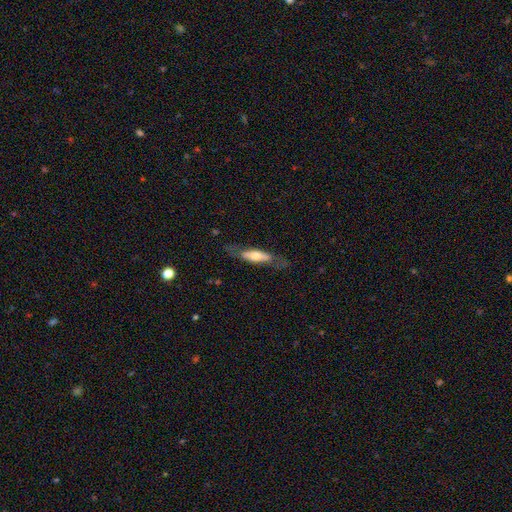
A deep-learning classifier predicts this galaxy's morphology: Smooth or featured? featured or disk (49%)
Merging? none (69%)